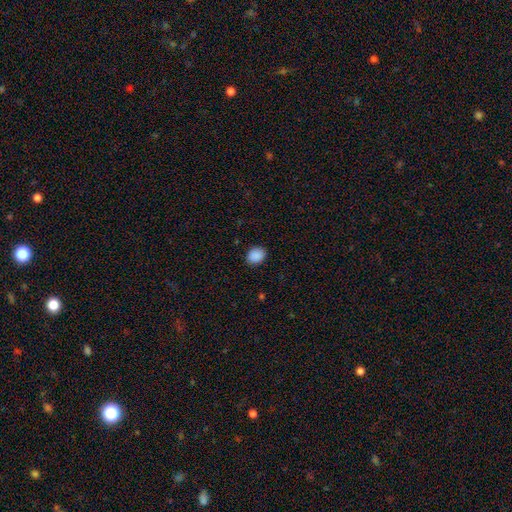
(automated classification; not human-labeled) Morphology: type=smooth (90%); roundness=round (50%); merging=none (88%).